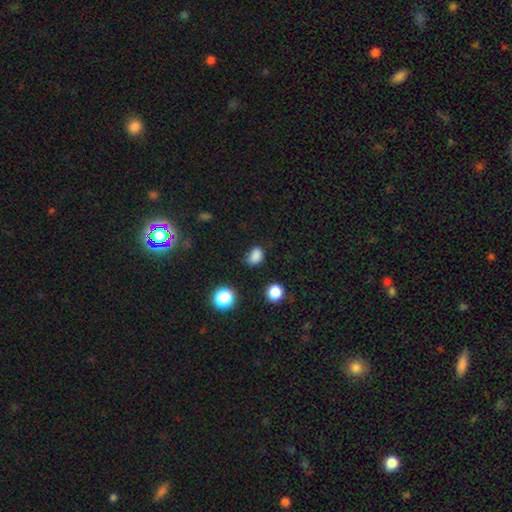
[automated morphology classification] This is clearly a smooth galaxy (82%). How rounded: likely in between (69%). Merging: likely none (69%).